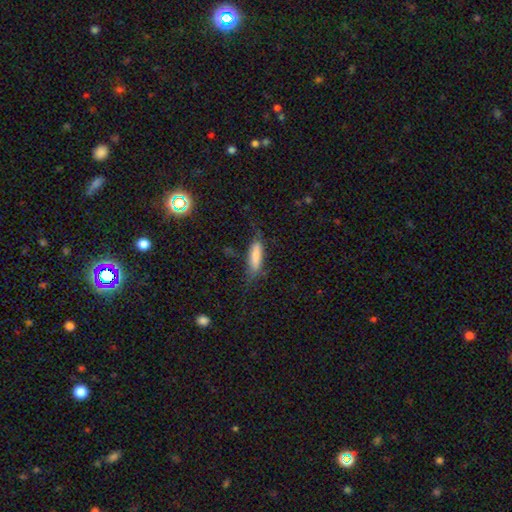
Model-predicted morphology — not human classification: Q: Smooth or featured?
A: smooth (74%); runner-up: featured or disk (18%)
Q: How rounded?
A: cigar-shaped (56%); runner-up: in between (42%)
Q: Merging?
A: none (57%); runner-up: minor disturbance (26%)